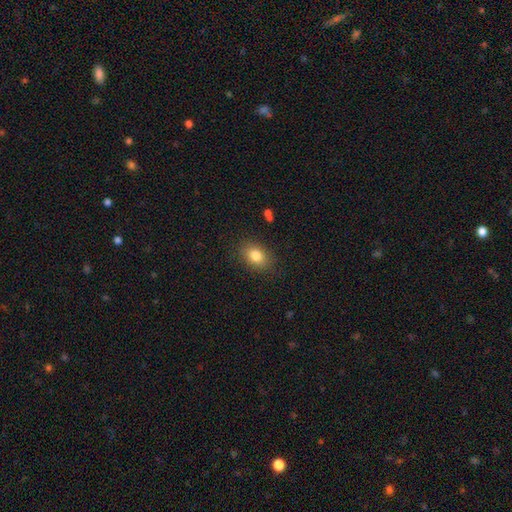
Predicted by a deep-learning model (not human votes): A smooth galaxy with no disk features (82%) that is in between round and cigar-shaped (73%).

Vote fractions:
- Smooth or featured? smooth: 82% / star or artifact: 9% / featured or disk: 8%
- How rounded? in between: 73% / round: 26% / cigar-shaped: 1%
- Merging? none: 86% / minor disturbance: 10% / major disturbance: 3% / merger: 1%